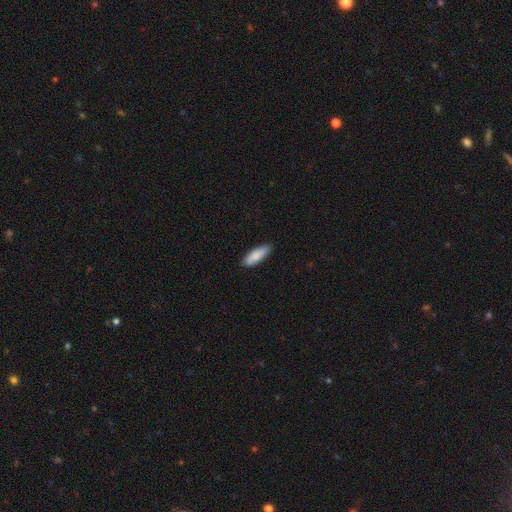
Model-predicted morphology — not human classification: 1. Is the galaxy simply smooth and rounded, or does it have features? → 86% smooth, 9% featured or disk, 5% star or artifact.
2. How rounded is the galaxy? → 57% in between, 42% cigar-shaped, 2% round.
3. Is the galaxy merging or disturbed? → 88% none, 10% minor disturbance, 2% major disturbance, 1% merger.